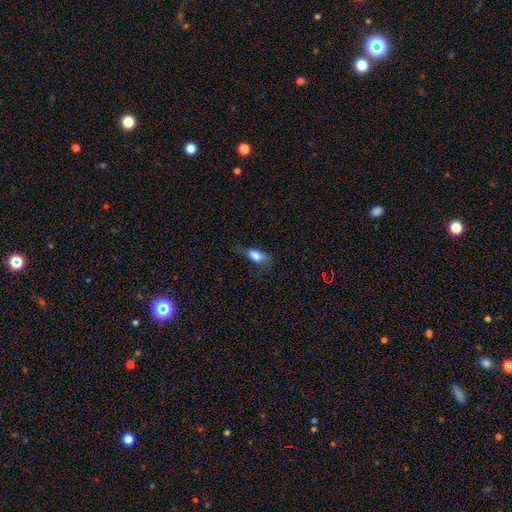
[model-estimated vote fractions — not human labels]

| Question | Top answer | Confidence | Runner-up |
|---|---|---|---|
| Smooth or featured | smooth | 77% | featured or disk (14%) |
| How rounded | in between | 80% | cigar-shaped (12%) |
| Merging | none | 50% | minor disturbance (30%) |